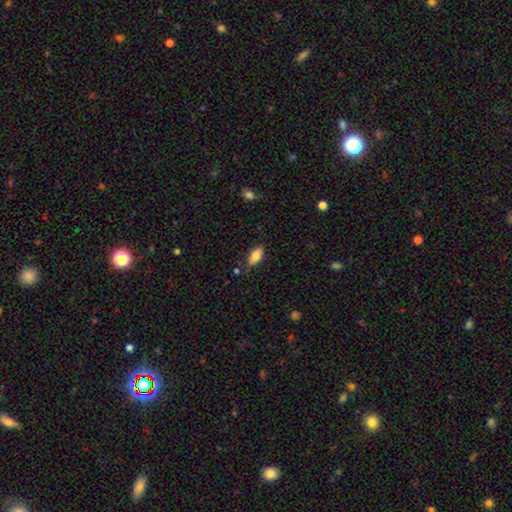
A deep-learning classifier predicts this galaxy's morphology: Smooth or featured? smooth (81%)
How rounded? in between (86%)
Merging? none (76%)